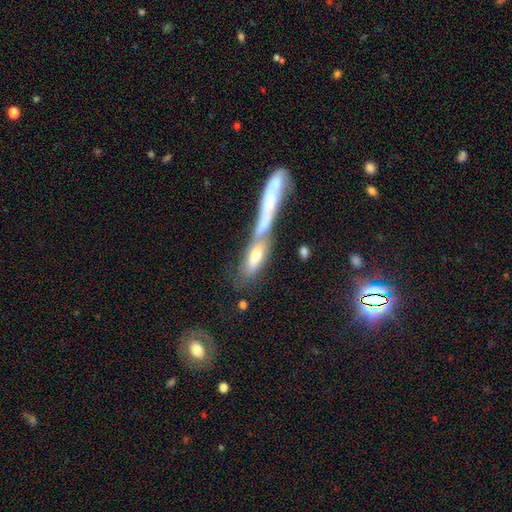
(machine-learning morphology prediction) A smooth galaxy with no disk features (61%) that is cigar-shaped (50%).

Vote fractions:
- Smooth or featured? smooth: 61% / featured or disk: 31% / star or artifact: 8%
- How rounded? cigar-shaped: 50% / in between: 46% / round: 4%
- Merging? merger: 61% / none: 24% / minor disturbance: 9% / major disturbance: 6%